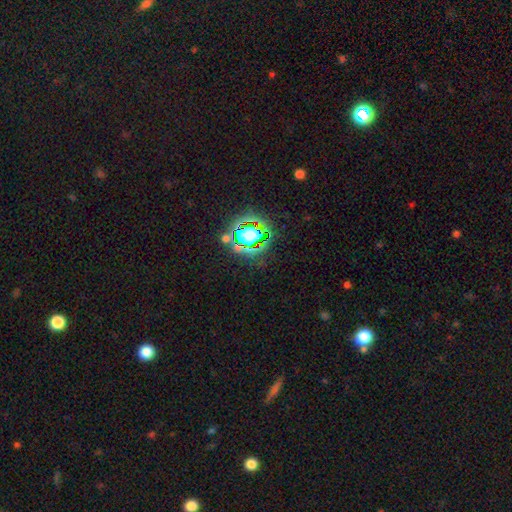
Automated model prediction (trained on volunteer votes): Smooth or featured: star or artifact — 77% (smooth — 14%)